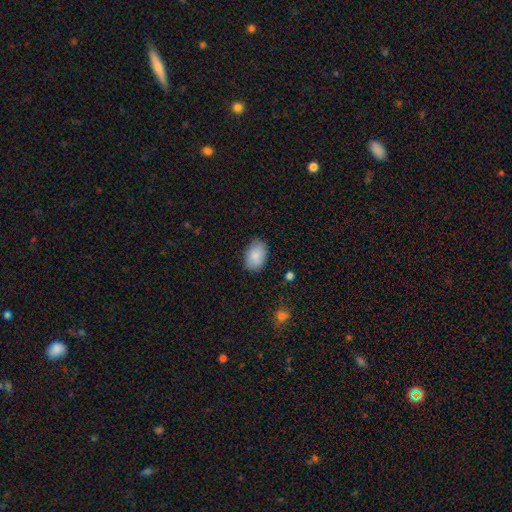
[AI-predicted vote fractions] Morphology: type=smooth (87%); roundness=in between (87%); merging=none (82%).